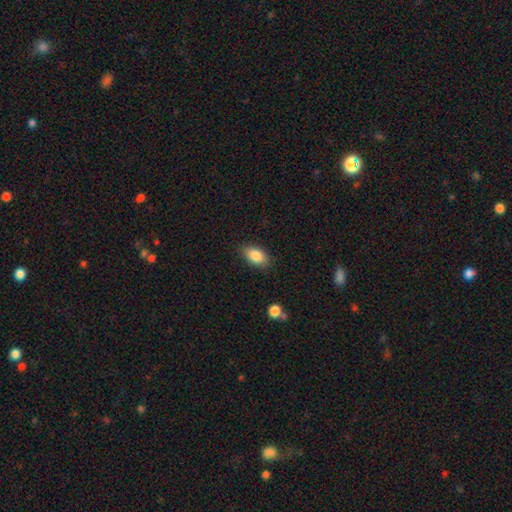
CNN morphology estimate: smooth-or-featured: smooth: 85% | star or artifact: 8% | featured or disk: 7%
  how-rounded: in between: 90% | round: 7% | cigar-shaped: 3%
  merging: none: 85% | minor disturbance: 11% | major disturbance: 3% | merger: 1%